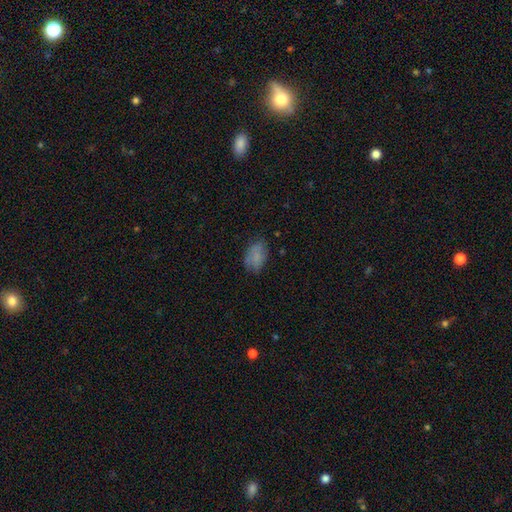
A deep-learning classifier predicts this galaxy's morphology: smooth-or-featured: smooth: 76% | featured or disk: 14% | star or artifact: 10%
  how-rounded: in between: 90% | round: 9% | cigar-shaped: 2%
  merging: none: 69% | minor disturbance: 22% | major disturbance: 7% | merger: 2%